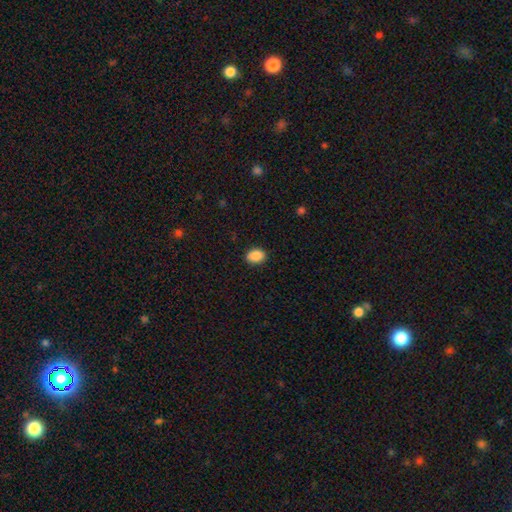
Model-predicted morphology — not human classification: Q: Smooth or featured?
A: smooth (89%); runner-up: star or artifact (8%)
Q: How rounded?
A: in between (71%); runner-up: round (28%)
Q: Merging?
A: none (89%); runner-up: minor disturbance (8%)